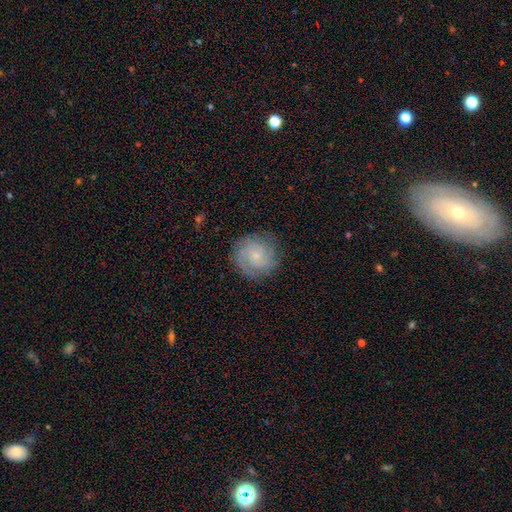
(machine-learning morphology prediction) A featured or disk galaxy (74%) with no bar (77%), 2 (29%) tight (67%) spiral arms (95%) and a small central bulge (80%). Merging: none (83%).